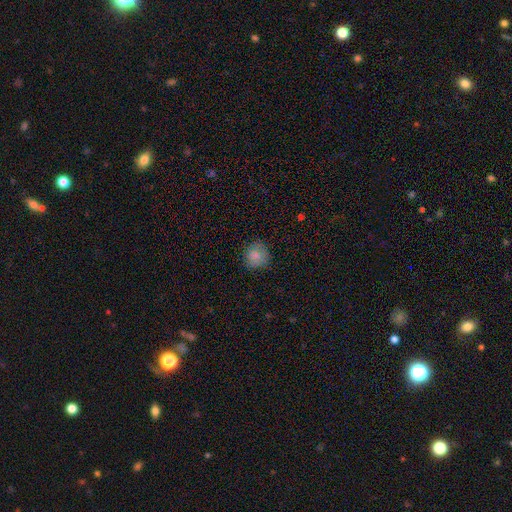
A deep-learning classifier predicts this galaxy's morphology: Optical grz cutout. It shows a smooth galaxy with no disk features (83%) that is round (86%). Merging: none (79%).